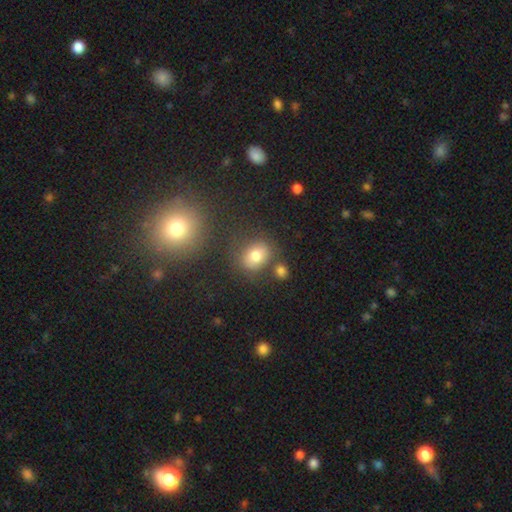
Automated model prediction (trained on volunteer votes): Smooth or featured: smooth — 76% (star or artifact — 13%)
How rounded: round — 52% (in between — 47%)
Merging: none — 67% (minor disturbance — 15%)